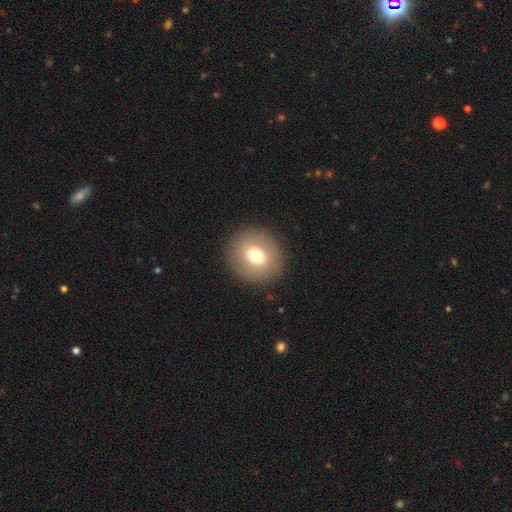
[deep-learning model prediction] Smooth or featured? smooth (71%)
How rounded? round (86%)
Merging? none (89%)